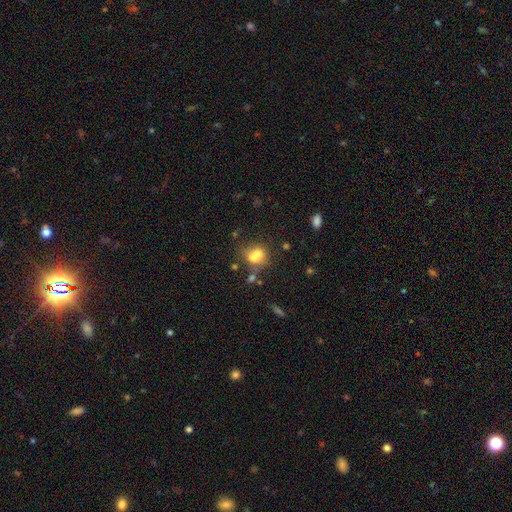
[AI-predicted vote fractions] A smooth galaxy with no disk features (63%) that is round (66%).

Vote fractions:
- Smooth or featured? smooth: 63% / featured or disk: 23% / star or artifact: 14%
- How rounded? round: 66% / in between: 33% / cigar-shaped: 1%
- Merging? merger: 59% / none: 28% / minor disturbance: 8% / major disturbance: 5%